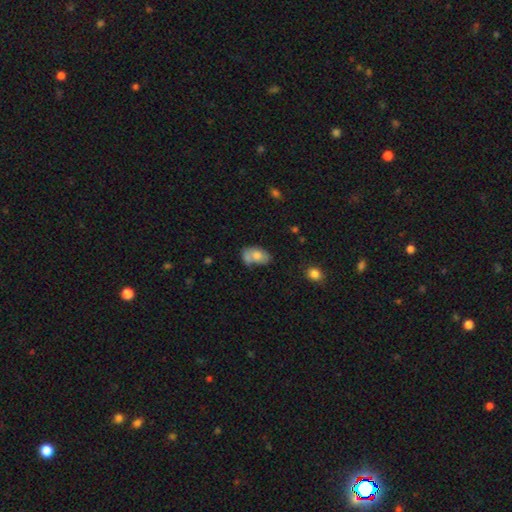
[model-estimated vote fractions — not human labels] smooth-or-featured: smooth: 70% | featured or disk: 22% | star or artifact: 8%
  how-rounded: in between: 89% | round: 10% | cigar-shaped: 2%
  merging: none: 37% | merger: 31% | minor disturbance: 23% | major disturbance: 10%